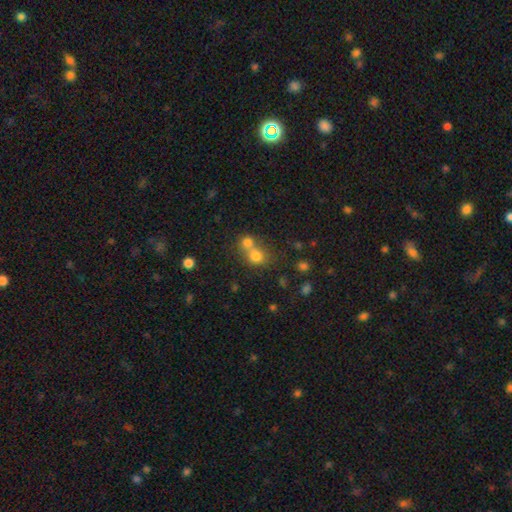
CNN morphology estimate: Smooth or featured? Predicted: smooth (p=0.74). How rounded? Predicted: round (p=0.72). Merging? Predicted: merger (p=0.59).